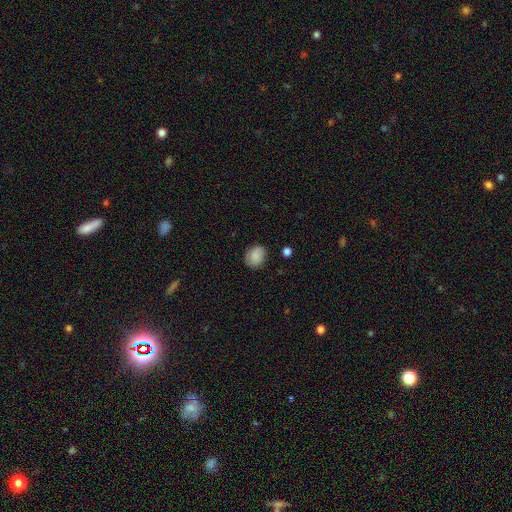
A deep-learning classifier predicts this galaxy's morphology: Smooth or featured: smooth — 86% (star or artifact — 8%)
How rounded: round — 51% (in between — 48%)
Merging: none — 81% (minor disturbance — 15%)